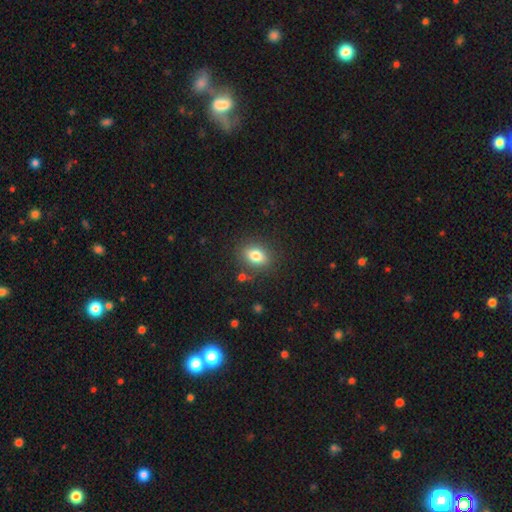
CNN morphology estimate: This is clearly a smooth galaxy (80%). How rounded: likely in between (72%). Merging: clearly none (84%).